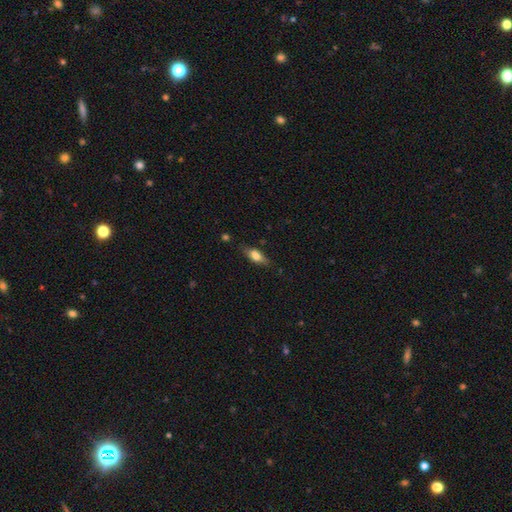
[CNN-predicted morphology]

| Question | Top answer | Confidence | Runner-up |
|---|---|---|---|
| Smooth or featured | smooth | 67% | featured or disk (26%) |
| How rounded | in between | 66% | cigar-shaped (30%) |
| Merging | none | 76% | minor disturbance (18%) |